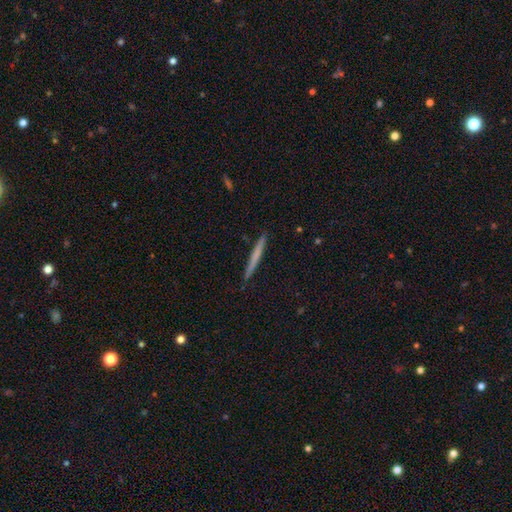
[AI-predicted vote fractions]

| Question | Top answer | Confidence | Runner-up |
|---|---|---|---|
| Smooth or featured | smooth | 56% | featured or disk (38%) |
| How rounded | cigar-shaped | 97% | in between (2%) |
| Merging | none | 90% | minor disturbance (7%) |